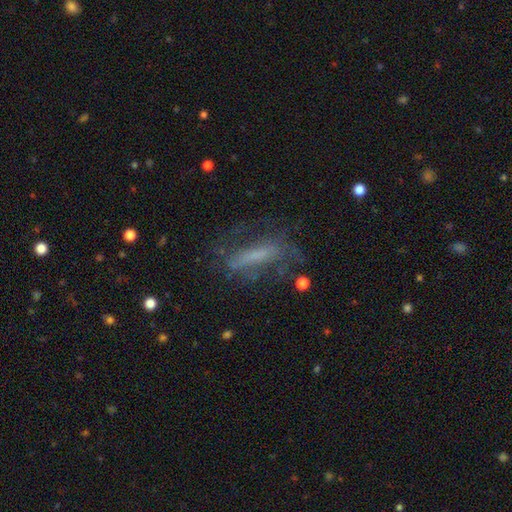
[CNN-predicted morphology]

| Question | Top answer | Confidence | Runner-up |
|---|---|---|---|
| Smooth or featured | featured or disk | 48% | smooth (38%) |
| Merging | none | 57% | minor disturbance (21%) |